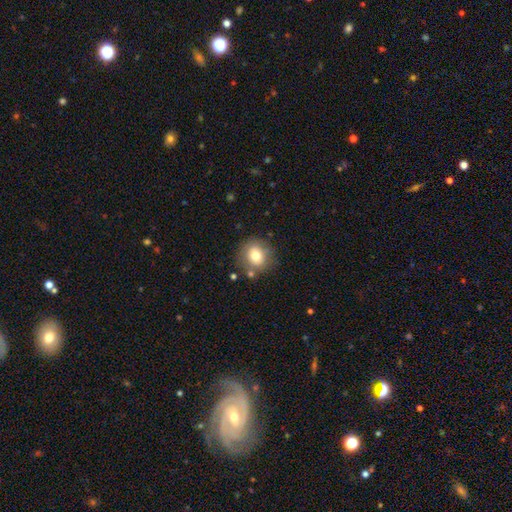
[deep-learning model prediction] smooth_or_featured: smooth (p=0.76) [alt: featured or disk p=0.14]
how_rounded: round (p=0.84) [alt: in between p=0.15]
merging: none (p=0.79) [alt: minor disturbance p=0.12]